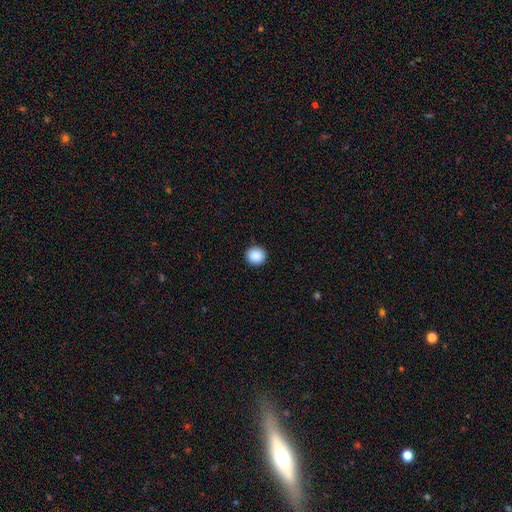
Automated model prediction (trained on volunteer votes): A smooth galaxy with no disk features (89%) that is round (92%). Merging: none (92%).